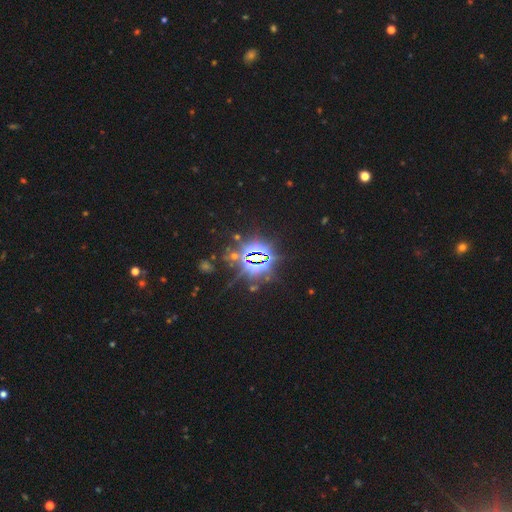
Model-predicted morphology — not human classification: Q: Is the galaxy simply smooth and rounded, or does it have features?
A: star or artifact — 86%.